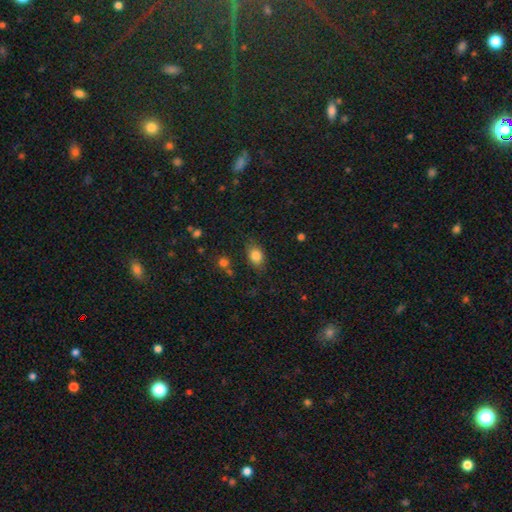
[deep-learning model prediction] Smooth or featured? smooth (83%)
How rounded? in between (70%)
Merging? none (77%)